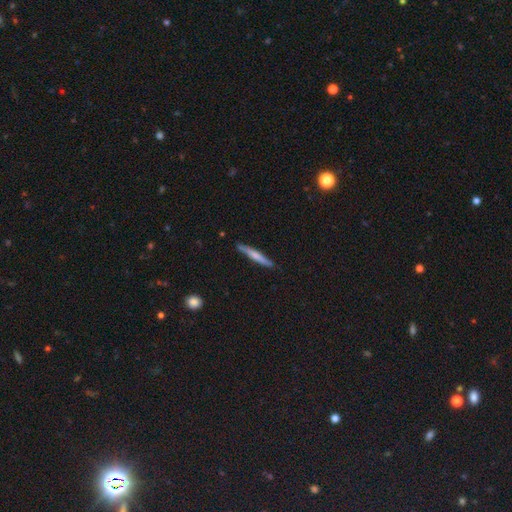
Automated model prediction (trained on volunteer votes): smooth 57%, featured or disk 38%, star or artifact 5%. Down the decision tree: how rounded — cigar-shaped (95%); merging — none (88%).